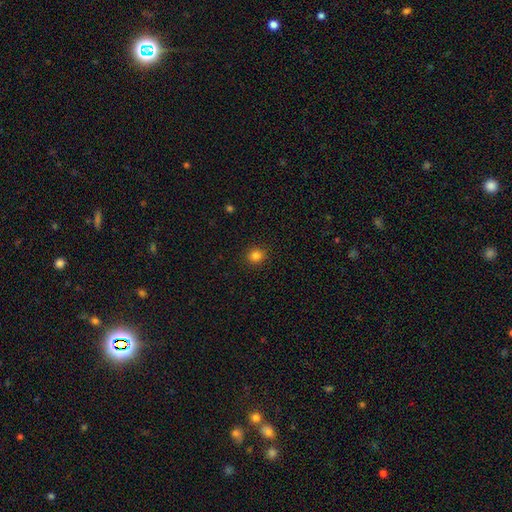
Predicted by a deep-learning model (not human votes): Q: Smooth or featured?
A: smooth (83%); runner-up: star or artifact (13%)
Q: How rounded?
A: round (91%); runner-up: in between (9%)
Q: Merging?
A: none (92%); runner-up: minor disturbance (6%)